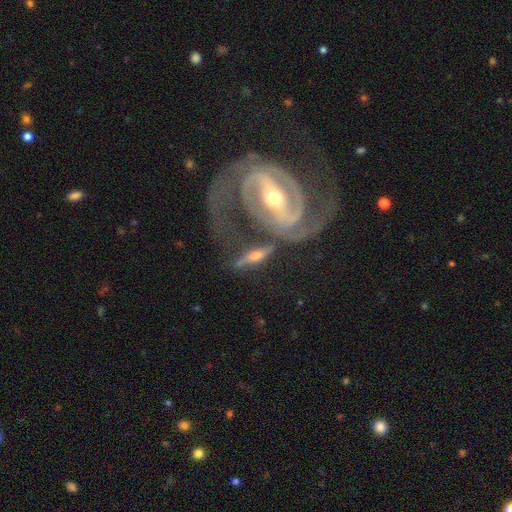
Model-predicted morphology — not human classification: smooth_or_featured: featured or disk (p=0.75) [alt: smooth p=0.19]
disk_edge_on: no (p=0.51) [alt: yes p=0.49]
merging: none (p=0.50) [alt: merger p=0.21]